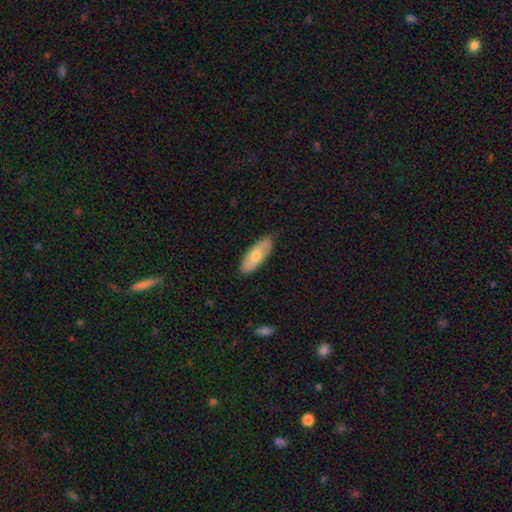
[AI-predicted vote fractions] This is likely a smooth galaxy (65%). How rounded: likely in between (75%). Merging: clearly none (81%).